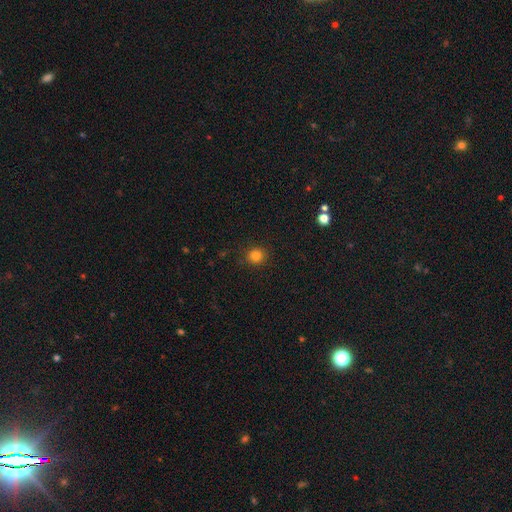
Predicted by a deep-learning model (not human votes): This is clearly a smooth galaxy (82%). How rounded: clearly round (91%). Merging: clearly none (90%).